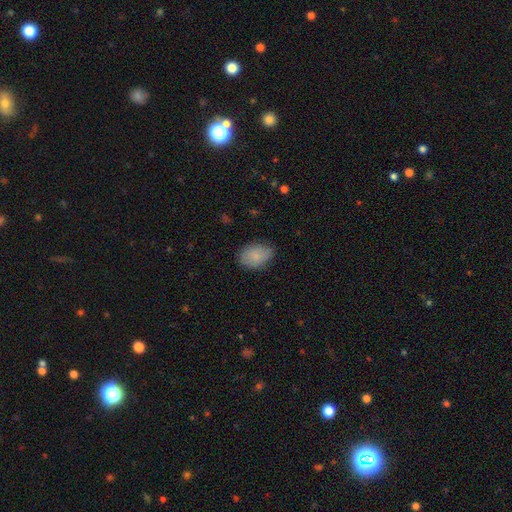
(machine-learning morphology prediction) Overall: smooth (84%). How rounded: in between (80%). Merging: none (73%).